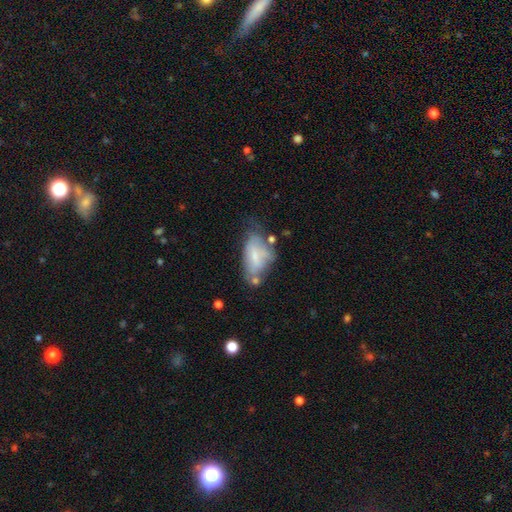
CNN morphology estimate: Q: Smooth or featured?
A: smooth (51%); runner-up: featured or disk (40%)
Q: How rounded?
A: in between (90%); runner-up: cigar-shaped (5%)
Q: Merging?
A: none (36%); runner-up: minor disturbance (31%)